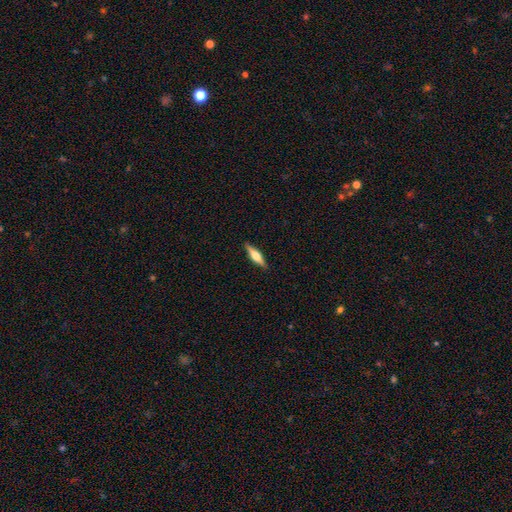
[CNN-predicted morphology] This is possibly a featured or disk galaxy (56%). It is clearly viewed edge-on (96%). Edge-on bulge: clearly rounded (90%). Merging: clearly none (90%).